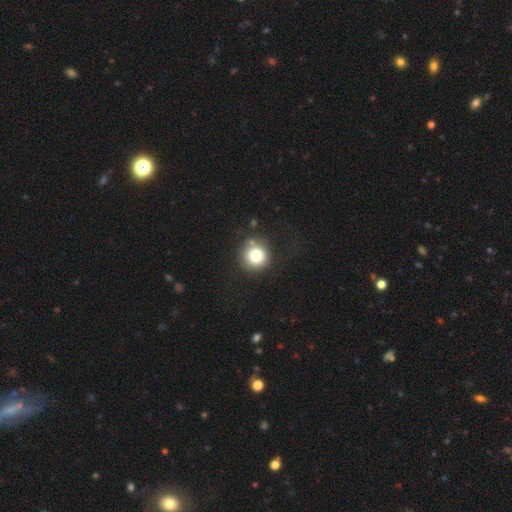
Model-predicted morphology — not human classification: Q: Smooth or featured?
A: smooth (79%); runner-up: star or artifact (11%)
Q: How rounded?
A: round (94%); runner-up: in between (5%)
Q: Merging?
A: none (77%); runner-up: minor disturbance (12%)